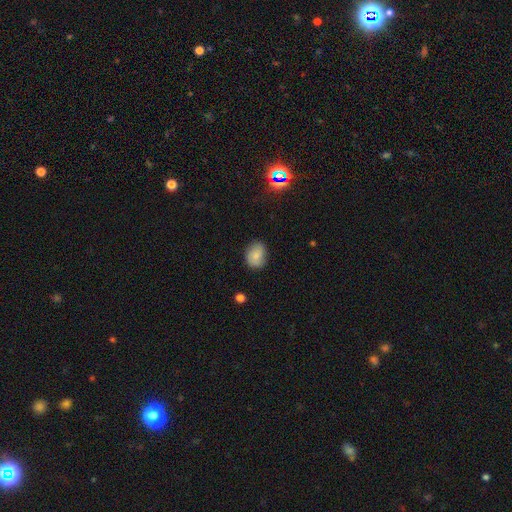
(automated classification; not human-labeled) This appears to be a smooth galaxy with no disk features (81%) that is in between round and cigar-shaped (56%). Merging: none (75%).